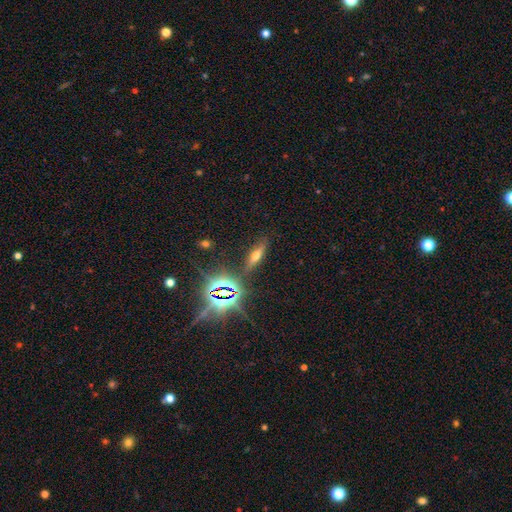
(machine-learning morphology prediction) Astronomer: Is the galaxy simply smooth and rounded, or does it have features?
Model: smooth — 40% (runner-up: featured or disk, 30%).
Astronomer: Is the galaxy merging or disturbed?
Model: none — 84%.